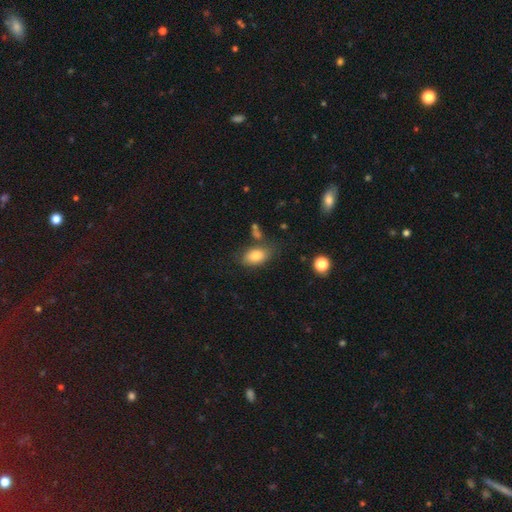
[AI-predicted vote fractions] Smooth or featured? smooth (81%)
How rounded? in between (90%)
Merging? none (69%)